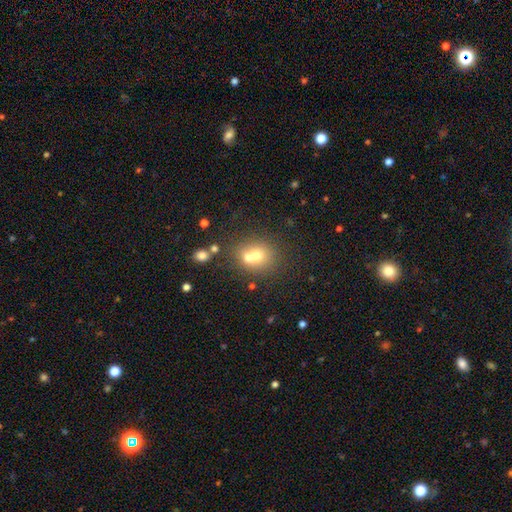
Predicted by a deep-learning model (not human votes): Q: Smooth or featured?
A: smooth (66%); runner-up: featured or disk (21%)
Q: How rounded?
A: round (72%); runner-up: in between (27%)
Q: Merging?
A: merger (47%); runner-up: none (40%)